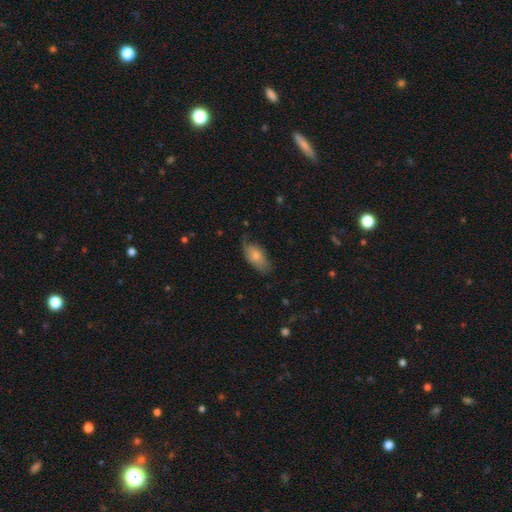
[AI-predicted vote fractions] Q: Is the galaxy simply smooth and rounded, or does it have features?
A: smooth — 71%.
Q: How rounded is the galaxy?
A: in between — 92%.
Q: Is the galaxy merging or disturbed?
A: none — 54%.